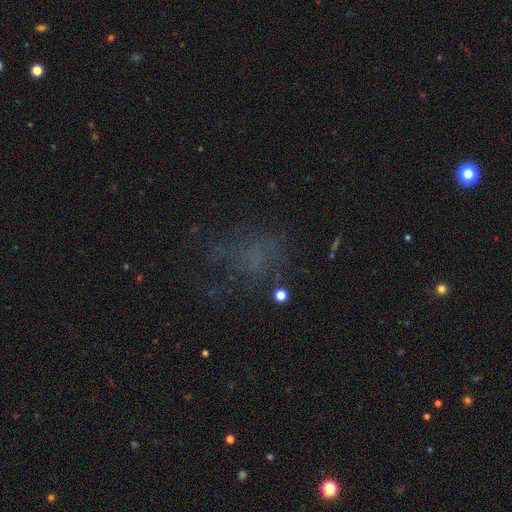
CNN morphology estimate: Smooth or featured? Predicted: smooth (p=0.36). Merging? Predicted: none (p=0.48).